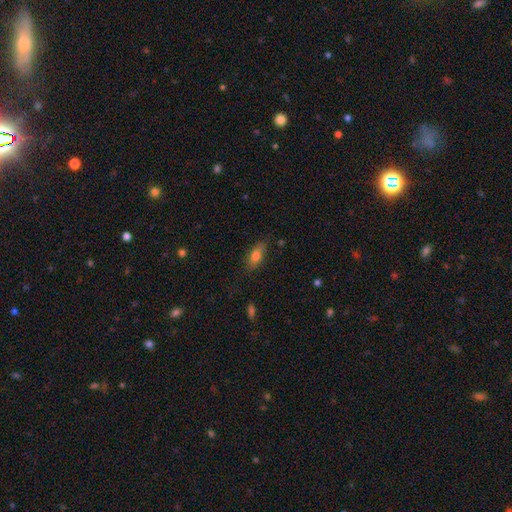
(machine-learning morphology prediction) The model was most divided on "merging": none: 74%, minor disturbance: 19%, major disturbance: 5%, merger: 2%. More confident: smooth or featured — smooth (78%); how rounded — in between (77%).